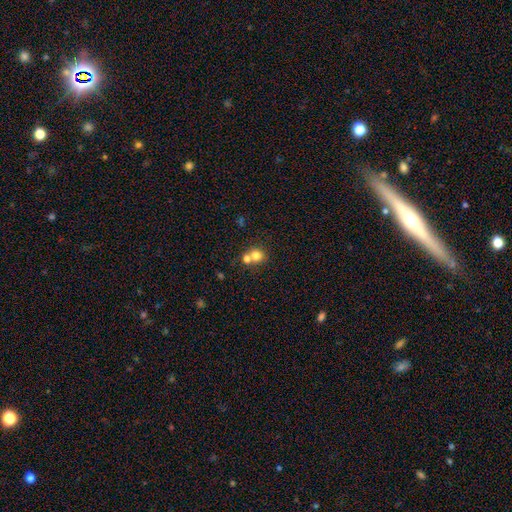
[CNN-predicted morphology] Overall: smooth (77%). How rounded: round (84%). Merging: none (47%; merger 43%).